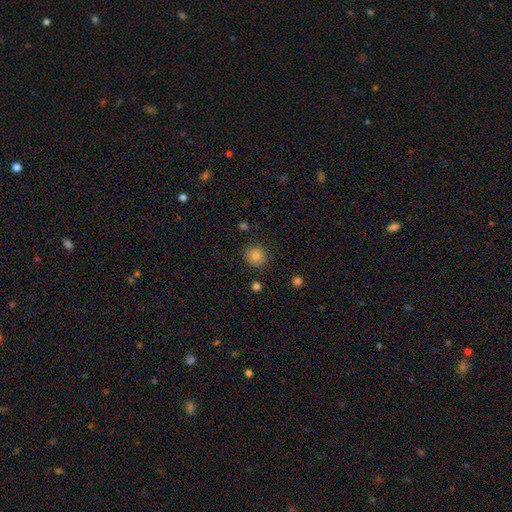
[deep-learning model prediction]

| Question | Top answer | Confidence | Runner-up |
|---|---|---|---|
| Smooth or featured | smooth | 82% | star or artifact (12%) |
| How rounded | round | 89% | in between (10%) |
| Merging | none | 88% | minor disturbance (8%) |